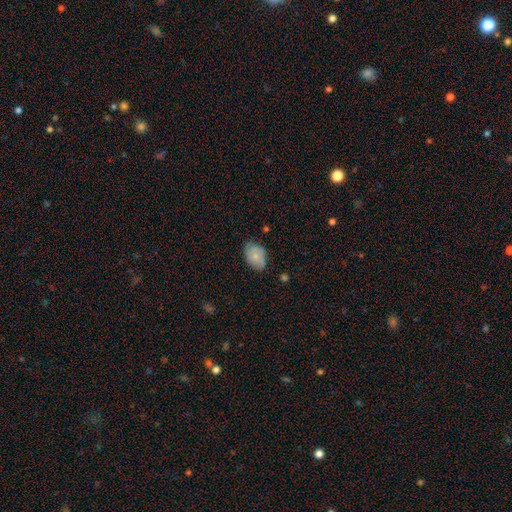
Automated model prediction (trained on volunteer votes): This appears to be a smooth galaxy with no disk features (70%) that is in between round and cigar-shaped (81%). Merging: none (66%).